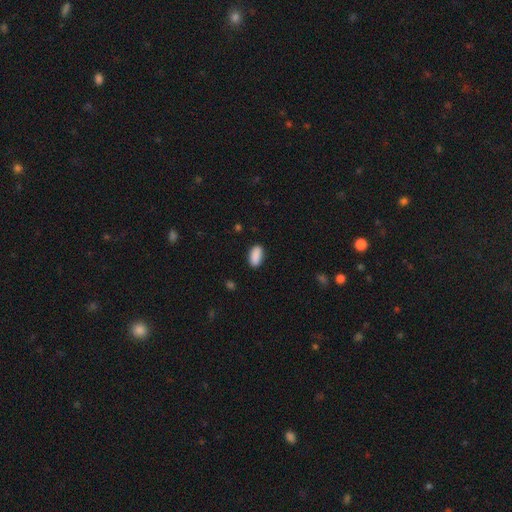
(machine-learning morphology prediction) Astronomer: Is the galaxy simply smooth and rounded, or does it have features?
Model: smooth — 90%.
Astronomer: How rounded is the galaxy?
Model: in between — 92%.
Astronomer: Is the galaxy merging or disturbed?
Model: none — 88%.